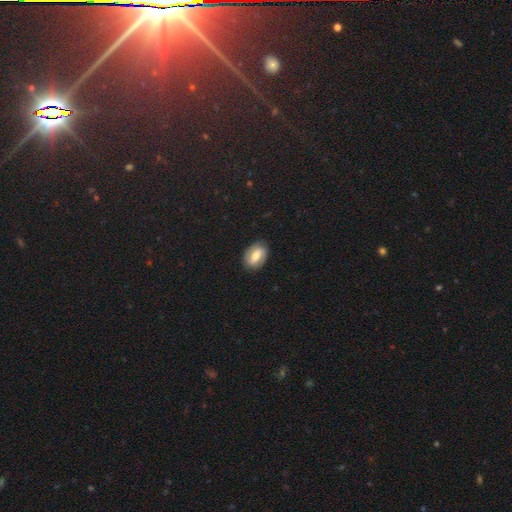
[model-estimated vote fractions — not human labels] Morphology: type=smooth (52%); roundness=in between (82%); merging=none (84%).